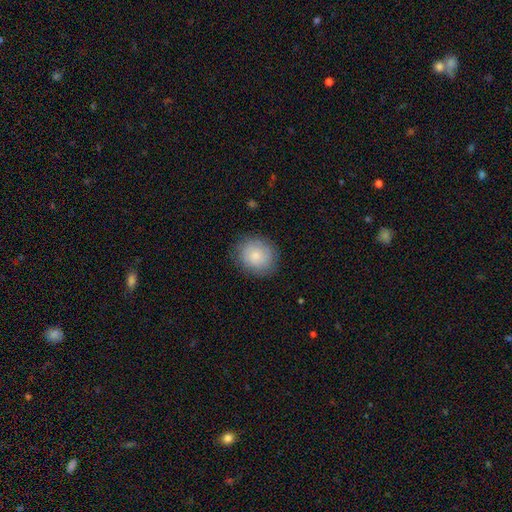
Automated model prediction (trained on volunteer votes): smooth 79%, featured or disk 13%, star or artifact 7%. Down the decision tree: how rounded — round (79%); merging — none (83%).